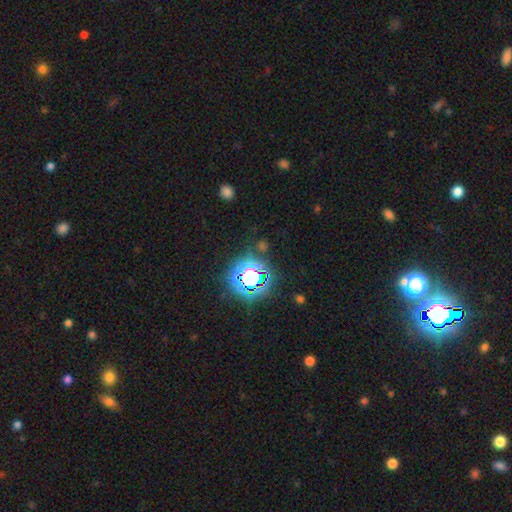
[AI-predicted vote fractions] Morphology: type=star or artifact (78%).